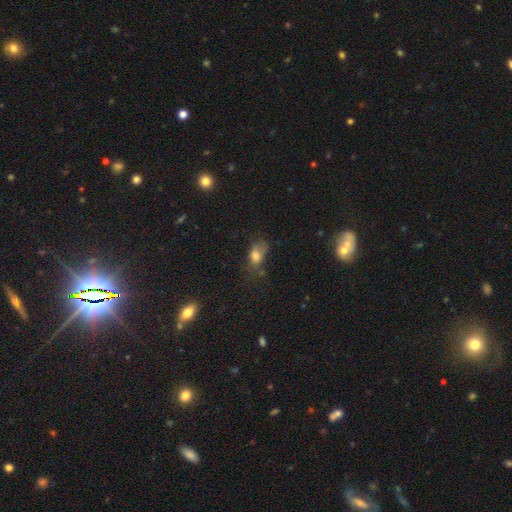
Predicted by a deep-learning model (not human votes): Smooth or featured? smooth (73%)
How rounded? in between (76%)
Merging? none (35%)